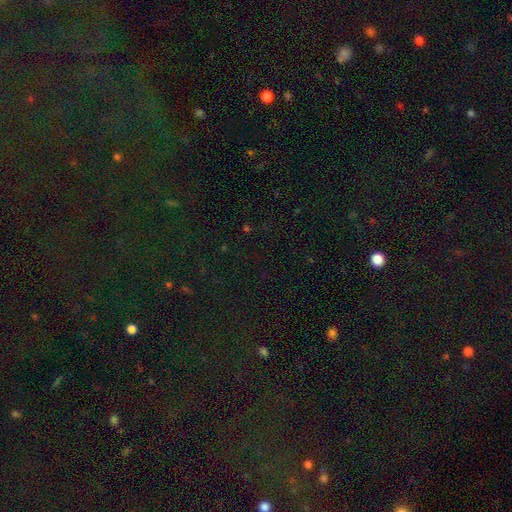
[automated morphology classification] Smooth or featured: star or artifact — 68% (smooth — 25%)